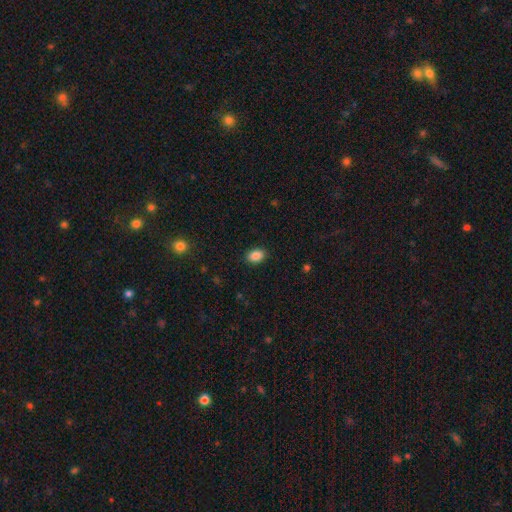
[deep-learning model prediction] Smooth or featured? smooth (88%)
How rounded? in between (78%)
Merging? none (89%)